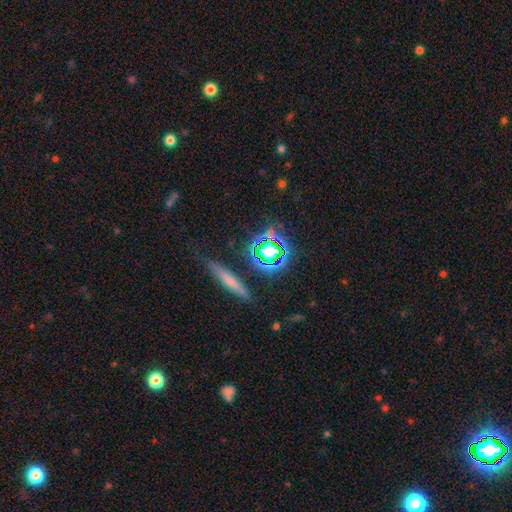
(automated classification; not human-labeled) smooth_or_featured: star or artifact (p=0.47) [alt: smooth p=0.34]